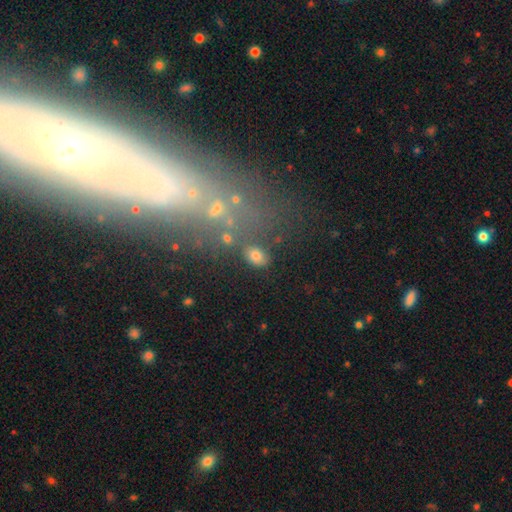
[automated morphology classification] This is likely a smooth galaxy (73%). How rounded: clearly in between (83%). Merging: likely none (73%).